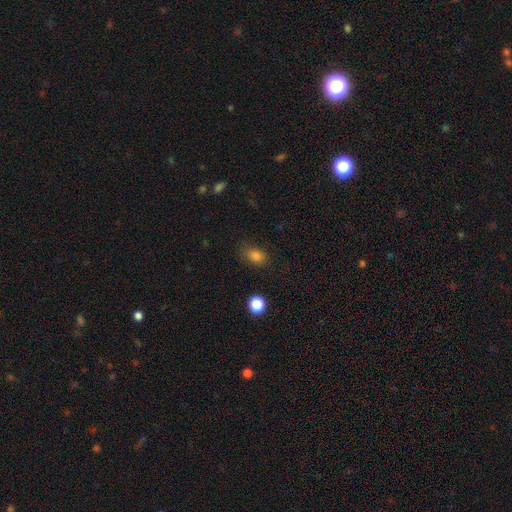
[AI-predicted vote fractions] Q: Smooth or featured?
A: smooth (81%); runner-up: star or artifact (12%)
Q: How rounded?
A: in between (73%); runner-up: round (25%)
Q: Merging?
A: none (77%); runner-up: minor disturbance (17%)